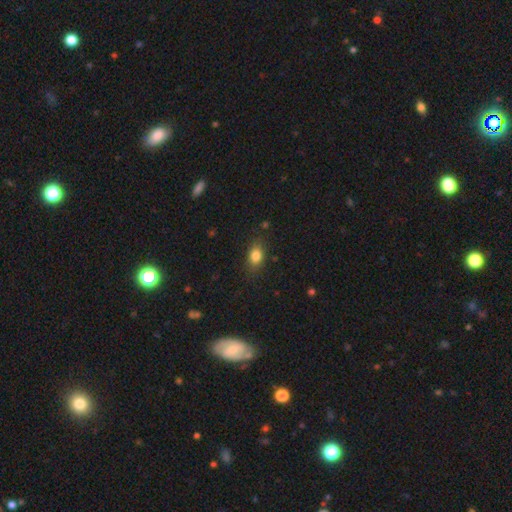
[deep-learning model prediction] A smooth galaxy with no disk features (82%) that is in between round and cigar-shaped (78%).

Vote fractions:
- Smooth or featured? smooth: 82% / star or artifact: 10% / featured or disk: 8%
- How rounded? in between: 78% / round: 19% / cigar-shaped: 4%
- Merging? none: 81% / minor disturbance: 14% / major disturbance: 4% / merger: 1%